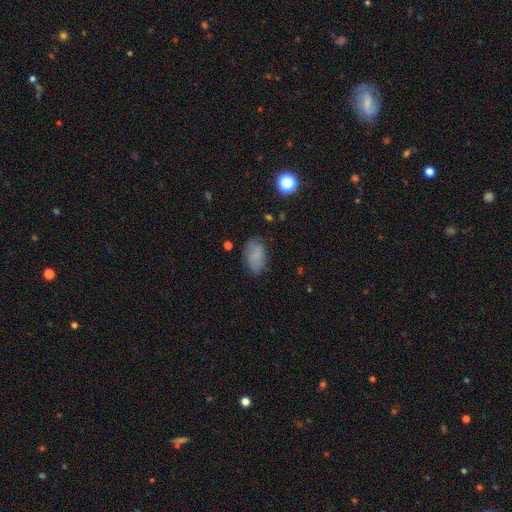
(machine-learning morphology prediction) The model was most divided on "merging": none: 68%, minor disturbance: 23%, major disturbance: 7%, merger: 2%. More confident: how rounded — in between (89%); smooth or featured — smooth (73%).